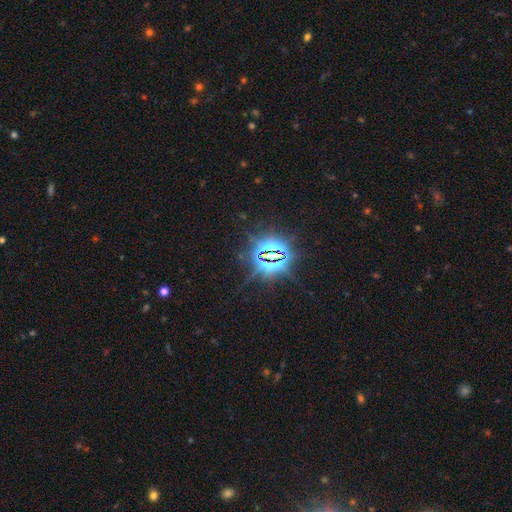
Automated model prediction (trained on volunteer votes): Smooth or featured?
  - star or artifact: 85% *
  - smooth: 9%
  - featured or disk: 6%